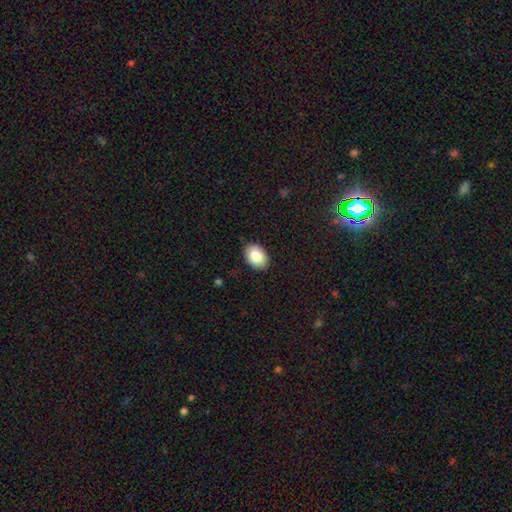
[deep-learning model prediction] smooth 86%, star or artifact 7%, featured or disk 7%. Down the decision tree: how rounded — in between (80%); merging — none (86%).